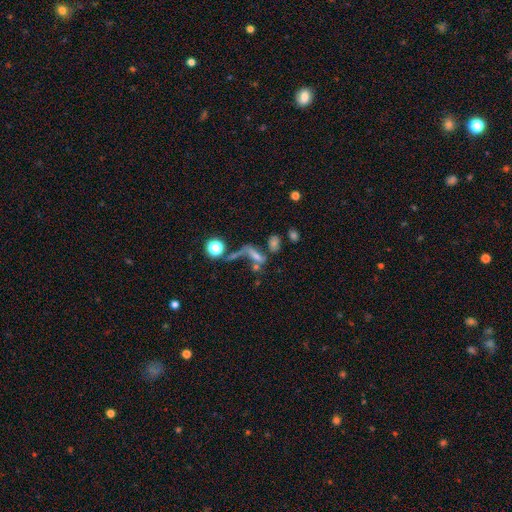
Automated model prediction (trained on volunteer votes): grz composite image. It shows a smooth galaxy with no disk features (41%). Merging: merger (34%).